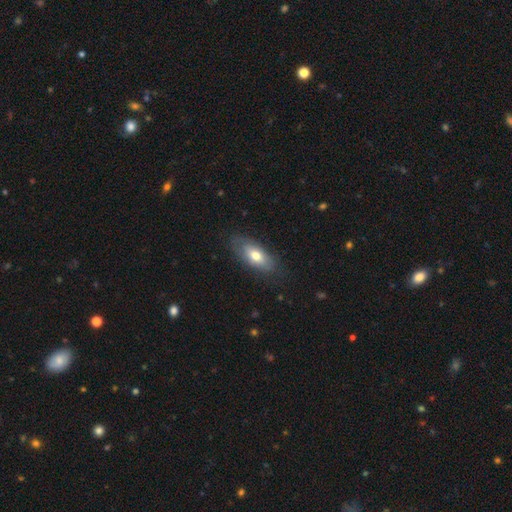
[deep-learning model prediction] Smooth or featured? Predicted: smooth (p=0.66). How rounded? Predicted: in between (p=0.86). Merging? Predicted: none (p=0.76).